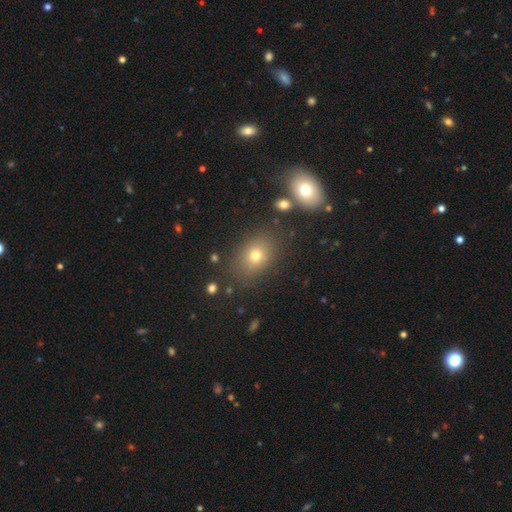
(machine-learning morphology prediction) Overall: smooth (70%). How rounded: in between (62%; round 36%). Merging: none (80%).